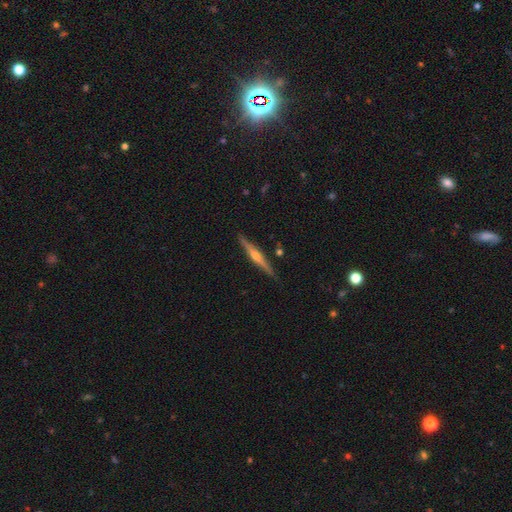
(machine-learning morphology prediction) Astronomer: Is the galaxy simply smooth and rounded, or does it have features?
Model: featured or disk — 76%.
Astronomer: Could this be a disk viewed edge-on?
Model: yes — 98%.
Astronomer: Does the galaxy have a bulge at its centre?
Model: rounded — 88%.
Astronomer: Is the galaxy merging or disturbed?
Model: none — 90%.